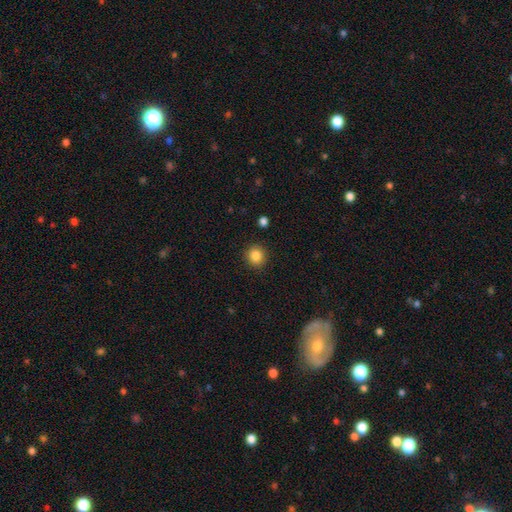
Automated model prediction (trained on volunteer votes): smooth_or_featured: smooth (p=0.86) [alt: star or artifact p=0.10]
how_rounded: round (p=0.89) [alt: in between p=0.10]
merging: none (p=0.91) [alt: minor disturbance p=0.06]